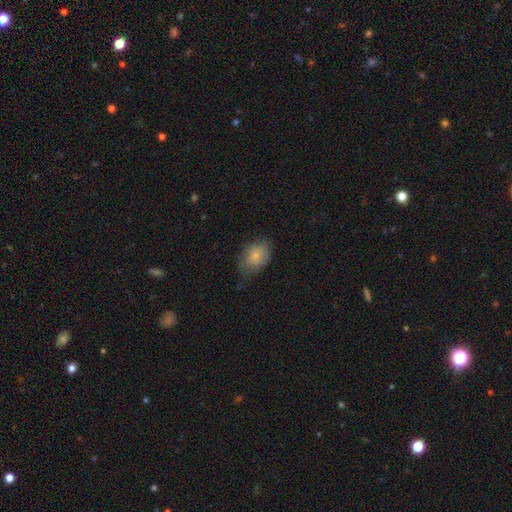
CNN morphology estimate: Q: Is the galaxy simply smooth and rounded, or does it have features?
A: smooth — 79%.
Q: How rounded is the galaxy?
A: in between — 73%.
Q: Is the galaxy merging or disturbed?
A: none — 54%.